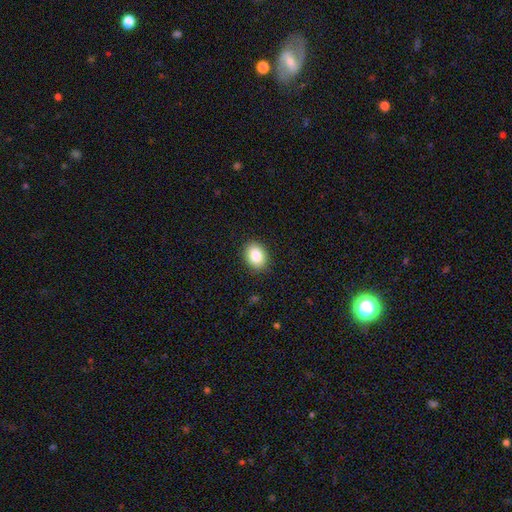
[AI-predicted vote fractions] smooth-or-featured: smooth: 86% | star or artifact: 8% | featured or disk: 6%
  how-rounded: in between: 64% | round: 35% | cigar-shaped: 1%
  merging: none: 89% | minor disturbance: 8% | major disturbance: 2% | merger: 1%